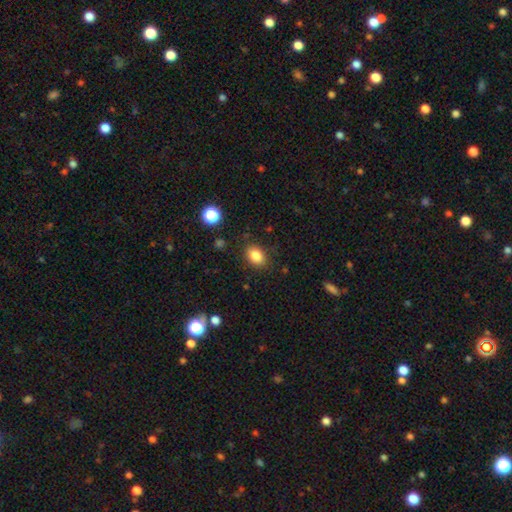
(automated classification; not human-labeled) Smooth or featured? smooth (85%)
How rounded? in between (75%)
Merging? none (84%)